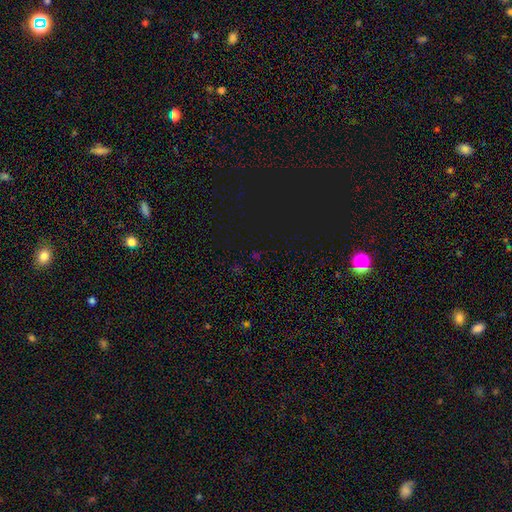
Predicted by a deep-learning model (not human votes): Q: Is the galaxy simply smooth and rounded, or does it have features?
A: star or artifact — 73%.